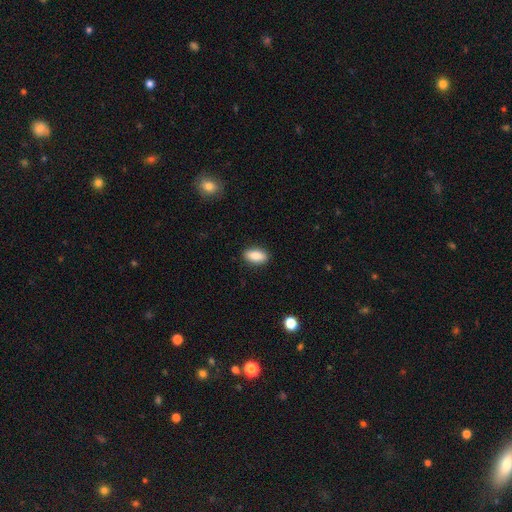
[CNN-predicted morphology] This appears to be a smooth galaxy with no disk features (88%) that is in between round and cigar-shaped (90%). Merging: none (89%).